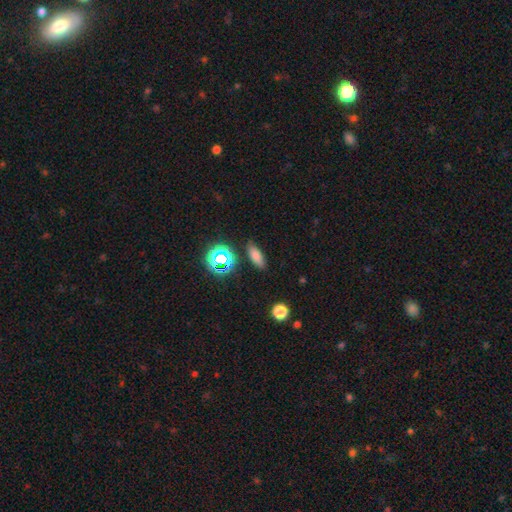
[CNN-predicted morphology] A smooth galaxy with no disk features (73%) that is in between round and cigar-shaped (71%).

Vote fractions:
- Smooth or featured? smooth: 73% / star or artifact: 18% / featured or disk: 9%
- How rounded? in between: 71% / cigar-shaped: 22% / round: 7%
- Merging? none: 84% / minor disturbance: 11% / major disturbance: 3% / merger: 2%